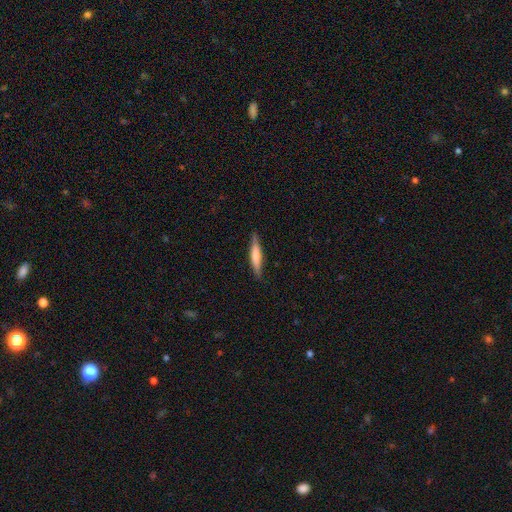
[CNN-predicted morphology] smooth-or-featured: smooth: 57% | featured or disk: 37% | star or artifact: 6%
  how-rounded: cigar-shaped: 88% | in between: 10% | round: 1%
  merging: none: 86% | minor disturbance: 11% | major disturbance: 2% | merger: 1%